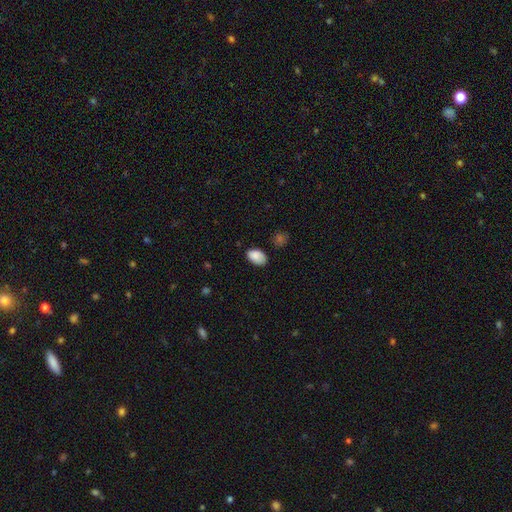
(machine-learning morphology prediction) type=smooth (87%); roundness=in between (90%); merging=none (72%).